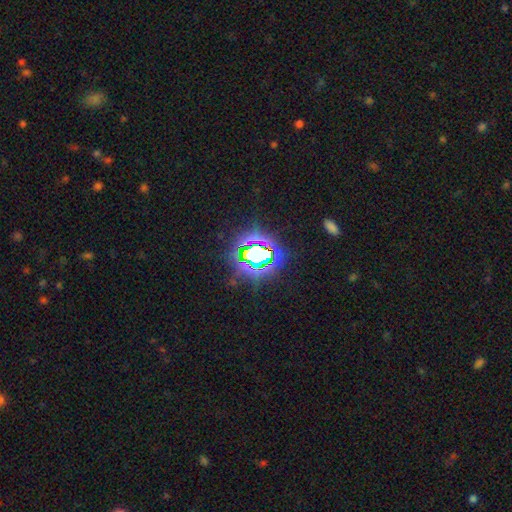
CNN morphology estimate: star or artifact 72%, smooth 17%, featured or disk 11%.